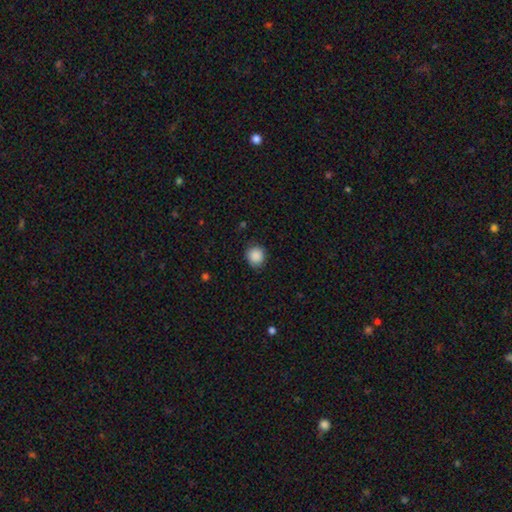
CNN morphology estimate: This appears to be a smooth galaxy with no disk features (89%) that is round (87%). Merging: none (87%).